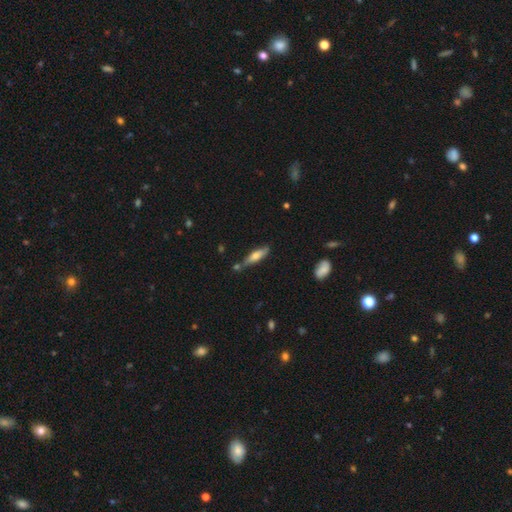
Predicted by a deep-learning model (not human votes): Smooth or featured: smooth — 60% (featured or disk — 33%)
How rounded: cigar-shaped — 67% (in between — 31%)
Merging: none — 66% (minor disturbance — 20%)